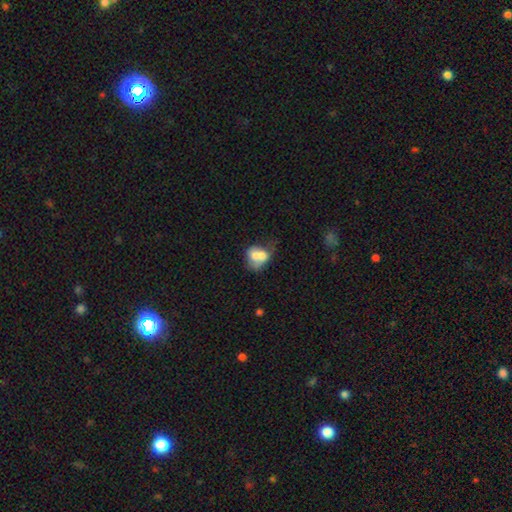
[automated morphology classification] type=smooth (63%); roundness=in between (55%); merging=merger (64%).